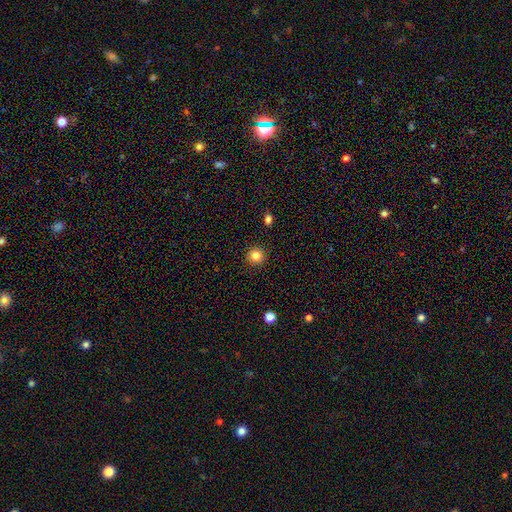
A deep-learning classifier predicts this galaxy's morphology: This appears to be a smooth galaxy with no disk features (84%) that is round (95%). Merging: none (92%).